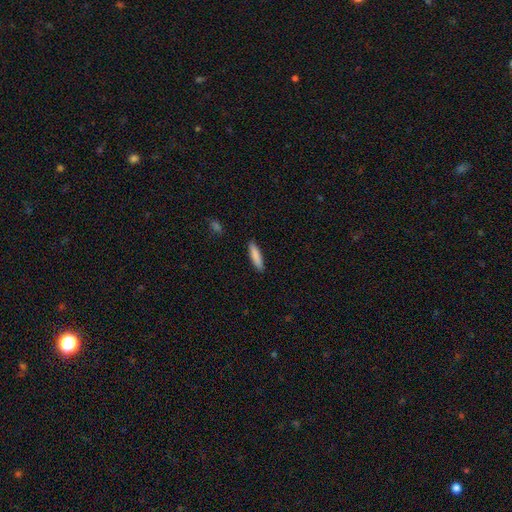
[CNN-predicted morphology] Smooth or featured? Predicted: smooth (p=0.86). How rounded? Predicted: cigar-shaped (p=0.75). Merging? Predicted: none (p=0.89).